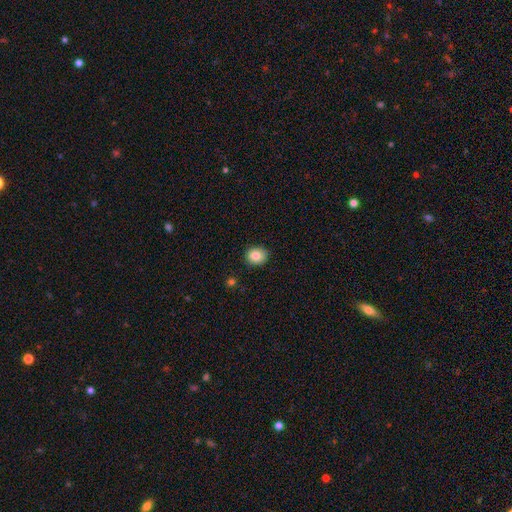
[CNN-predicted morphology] A smooth galaxy with no disk features (84%) that is round (73%). Merging: none (89%).